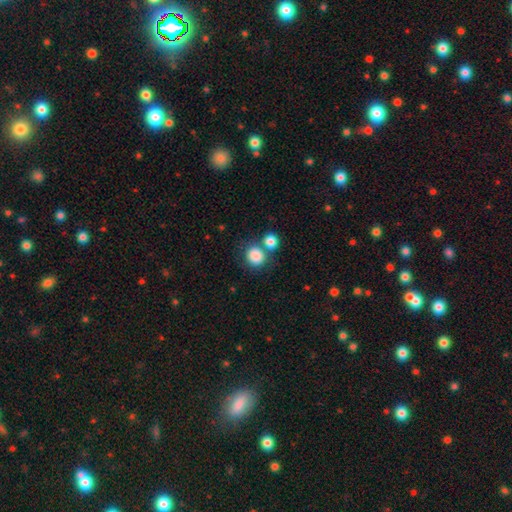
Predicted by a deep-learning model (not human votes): This is clearly a smooth galaxy (86%). How rounded: clearly round (81%). Merging: possibly none (57%).